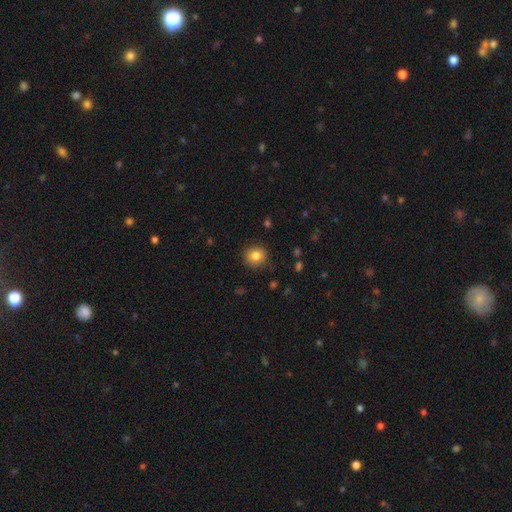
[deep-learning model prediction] Overall: smooth (82%). How rounded: round (90%). Merging: none (88%).